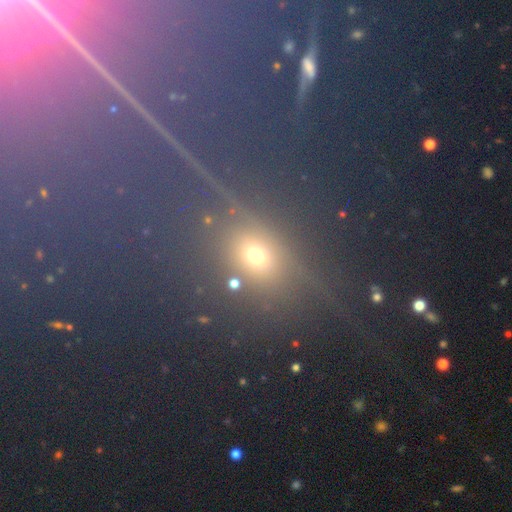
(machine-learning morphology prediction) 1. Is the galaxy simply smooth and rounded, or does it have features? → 48% star or artifact, 42% smooth, 10% featured or disk.